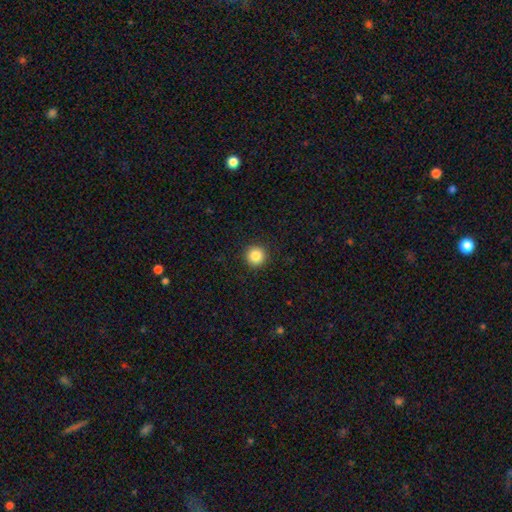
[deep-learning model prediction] This is clearly a smooth galaxy (86%). How rounded: clearly round (96%). Merging: clearly none (93%).